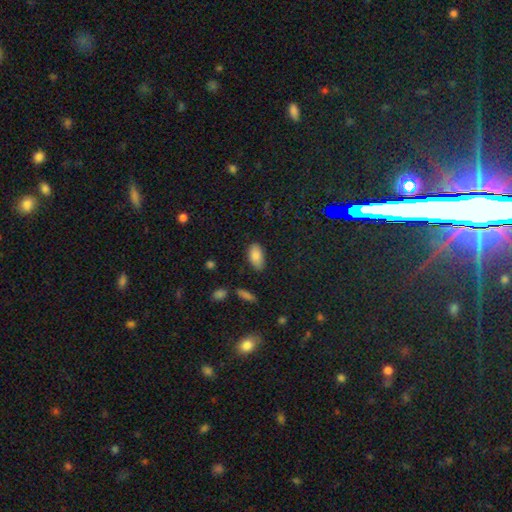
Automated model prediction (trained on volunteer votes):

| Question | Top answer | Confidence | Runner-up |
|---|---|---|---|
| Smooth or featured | smooth | 85% | star or artifact (8%) |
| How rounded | in between | 94% | cigar-shaped (4%) |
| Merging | none | 80% | minor disturbance (15%) |